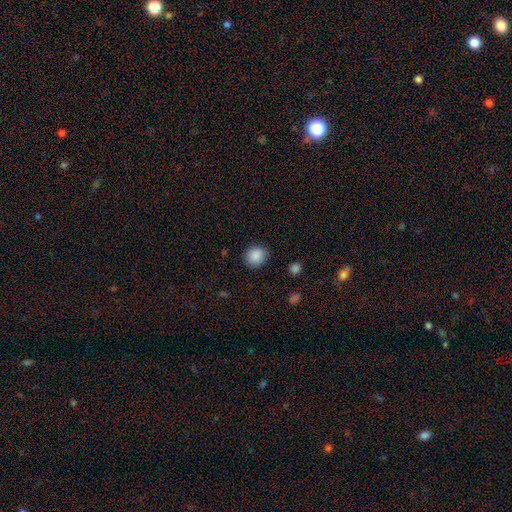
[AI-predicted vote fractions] A smooth galaxy with no disk features (88%) that is round (83%). Merging: none (87%).